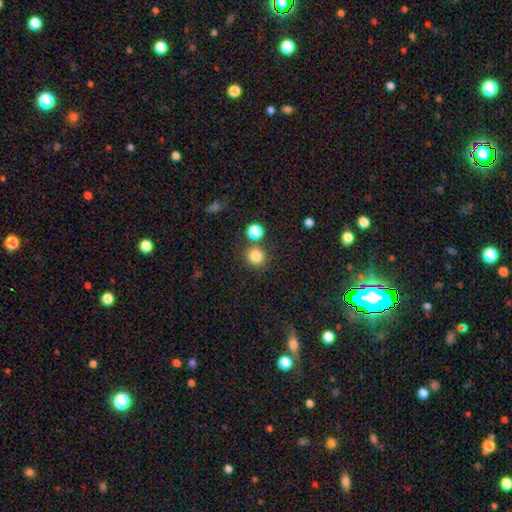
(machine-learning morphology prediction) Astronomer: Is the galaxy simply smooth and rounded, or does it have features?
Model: smooth — 82%.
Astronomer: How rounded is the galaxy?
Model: round — 92%.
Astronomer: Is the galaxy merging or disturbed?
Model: none — 81%.